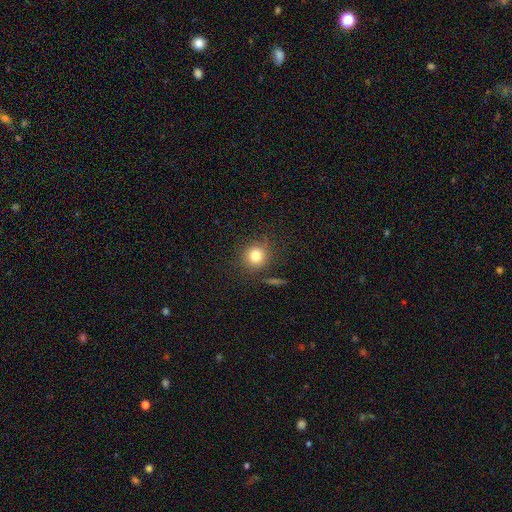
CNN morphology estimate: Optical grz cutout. It shows a smooth galaxy with no disk features (79%) that is round (91%). Merging: none (83%).